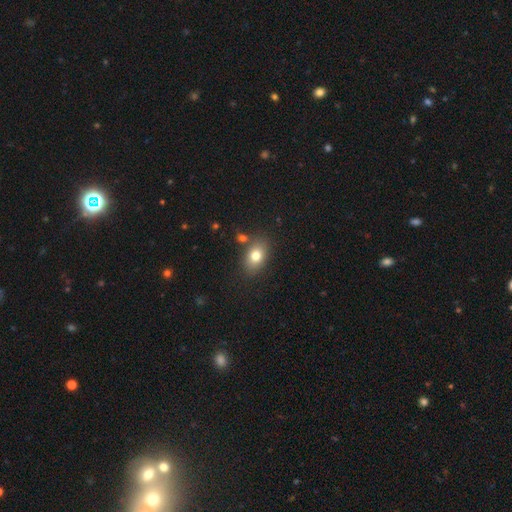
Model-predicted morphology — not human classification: A smooth galaxy with no disk features (78%) that is in between round and cigar-shaped (78%). Merging: none (76%).